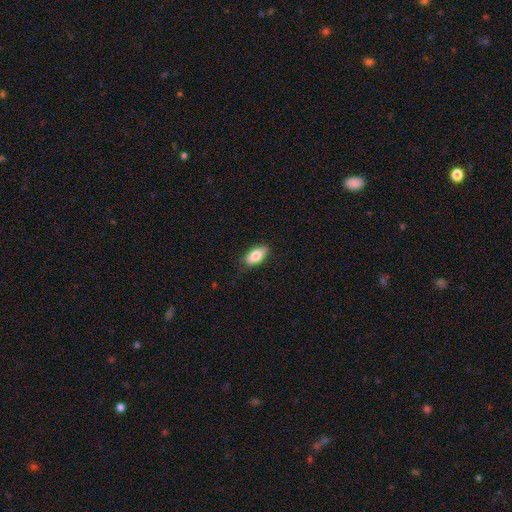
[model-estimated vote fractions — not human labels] Morphology: type=smooth (84%); roundness=in between (89%); merging=none (82%).